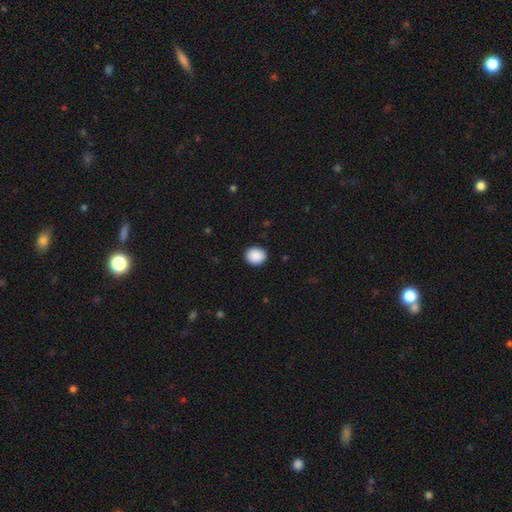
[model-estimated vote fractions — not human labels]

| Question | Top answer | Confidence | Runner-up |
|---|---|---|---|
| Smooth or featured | smooth | 90% | star or artifact (8%) |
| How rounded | round | 75% | in between (25%) |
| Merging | none | 91% | minor disturbance (6%) |